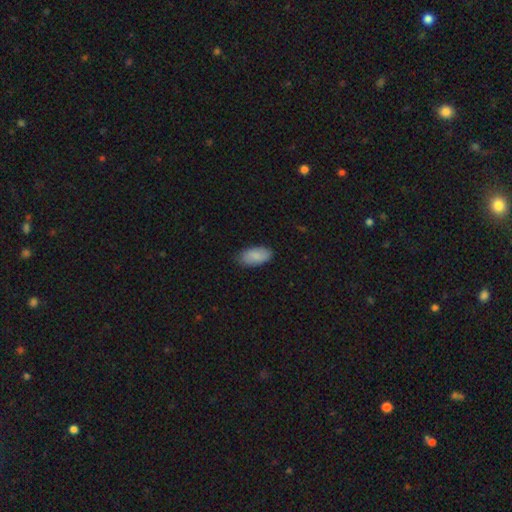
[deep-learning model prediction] Smooth or featured? smooth (86%)
How rounded? in between (94%)
Merging? none (80%)